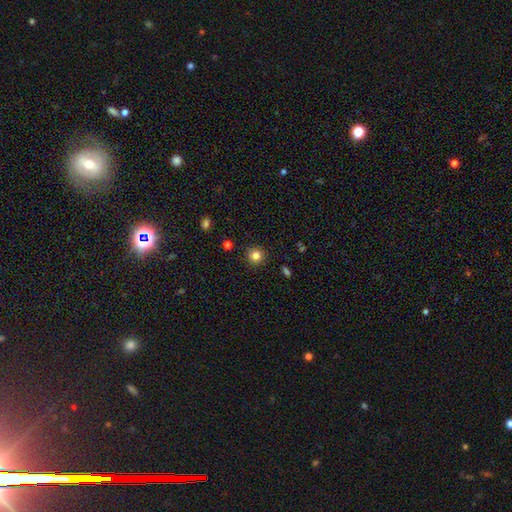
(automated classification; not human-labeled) smooth_or_featured: smooth (p=0.82) [alt: star or artifact p=0.12]
how_rounded: round (p=0.93) [alt: in between p=0.06]
merging: none (p=0.91) [alt: minor disturbance p=0.06]